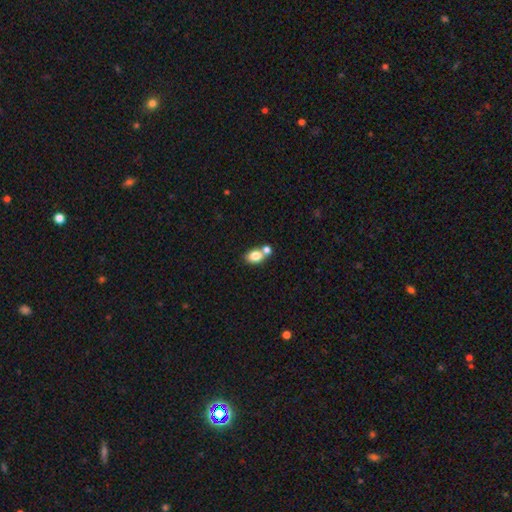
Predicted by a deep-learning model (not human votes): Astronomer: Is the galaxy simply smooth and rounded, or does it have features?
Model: smooth — 80%.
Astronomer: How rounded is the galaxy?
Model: in between — 69%.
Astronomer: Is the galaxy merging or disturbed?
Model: none — 46% (runner-up: merger, 41%).